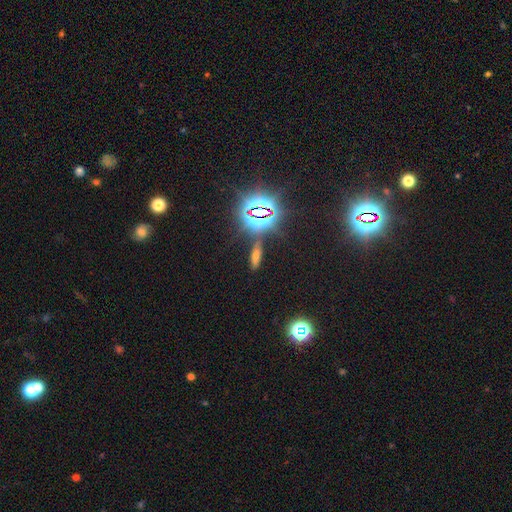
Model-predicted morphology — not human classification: smooth-or-featured: smooth: 44% | star or artifact: 41% | featured or disk: 15%
  merging: none: 78% | minor disturbance: 12% | merger: 5% | major disturbance: 5%